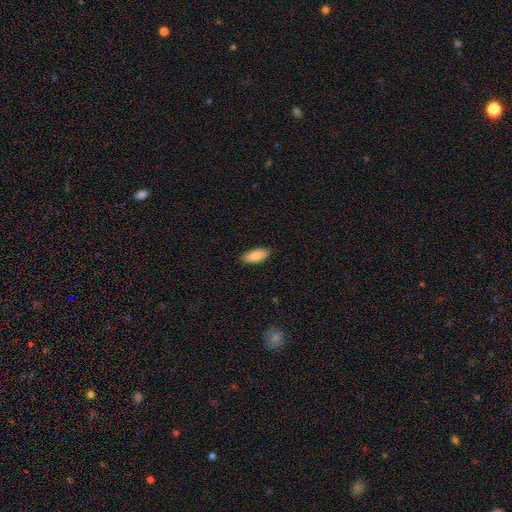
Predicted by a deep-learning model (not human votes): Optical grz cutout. It shows a smooth galaxy with no disk features (86%) that is in between round and cigar-shaped (86%). Merging: none (89%).